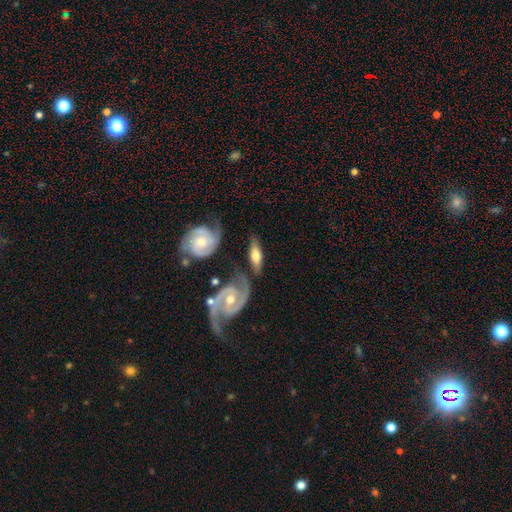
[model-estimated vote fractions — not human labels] Q: Smooth or featured?
A: featured or disk (49%); runner-up: smooth (45%)
Q: Merging?
A: none (56%); runner-up: minor disturbance (21%)